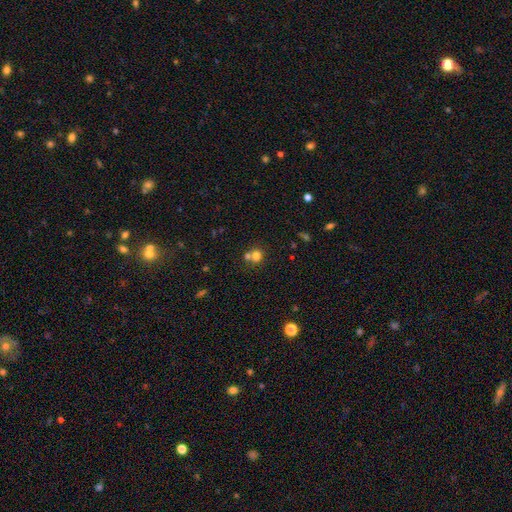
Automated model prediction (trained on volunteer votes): Morphology: type=smooth (75%); roundness=round (82%); merging=none (46%).